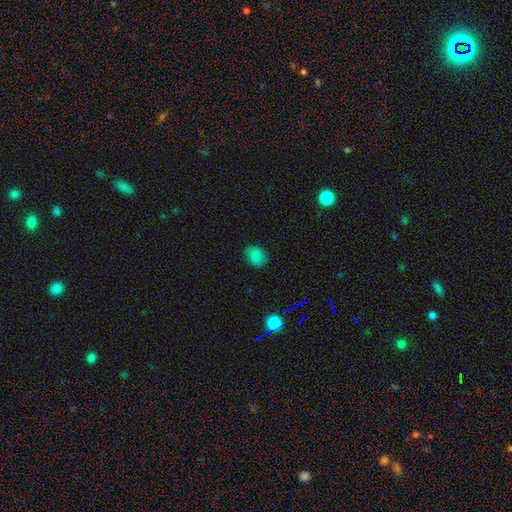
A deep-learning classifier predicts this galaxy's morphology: smooth 82%, star or artifact 14%, featured or disk 4%. Down the decision tree: how rounded — in between (60%); merging — none (82%).